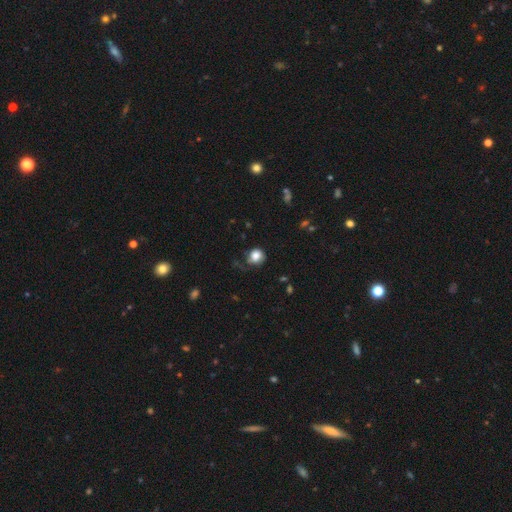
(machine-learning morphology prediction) Smooth or featured? smooth (82%)
How rounded? round (78%)
Merging? none (58%)